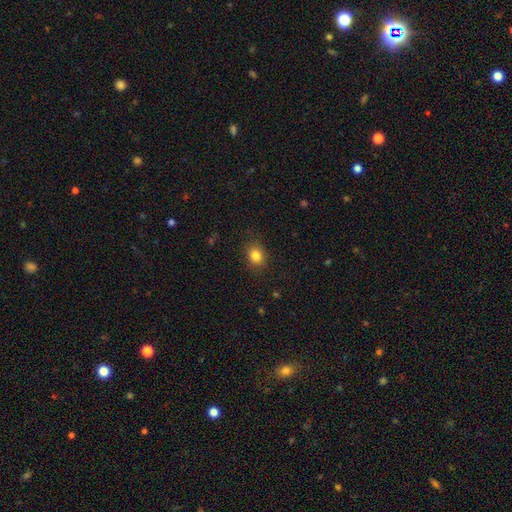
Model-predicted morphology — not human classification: smooth_or_featured: smooth (p=0.83) [alt: star or artifact p=0.11]
how_rounded: round (p=0.53) [alt: in between p=0.46]
merging: none (p=0.86) [alt: minor disturbance p=0.10]